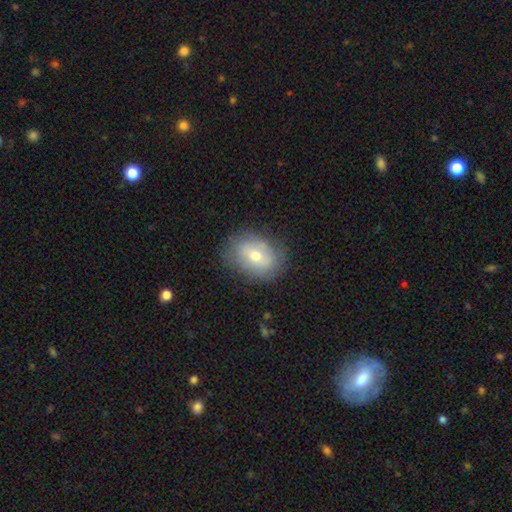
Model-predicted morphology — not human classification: type=smooth (59%); roundness=in between (69%); merging=none (77%).